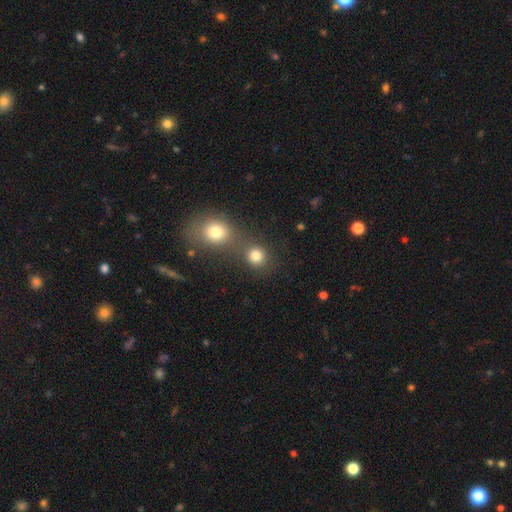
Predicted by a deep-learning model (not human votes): A smooth galaxy with no disk features (81%) that is round (85%).

Vote fractions:
- Smooth or featured? smooth: 81% / star or artifact: 13% / featured or disk: 6%
- How rounded? round: 85% / in between: 14% / cigar-shaped: 1%
- Merging? none: 56% / merger: 34% / minor disturbance: 7% / major disturbance: 3%